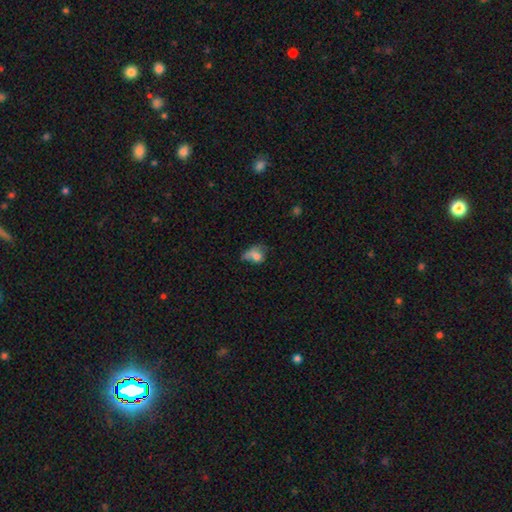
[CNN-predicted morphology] A smooth galaxy with no disk features (67%) that is in between round and cigar-shaped (64%). Merging: major disturbance (37%).